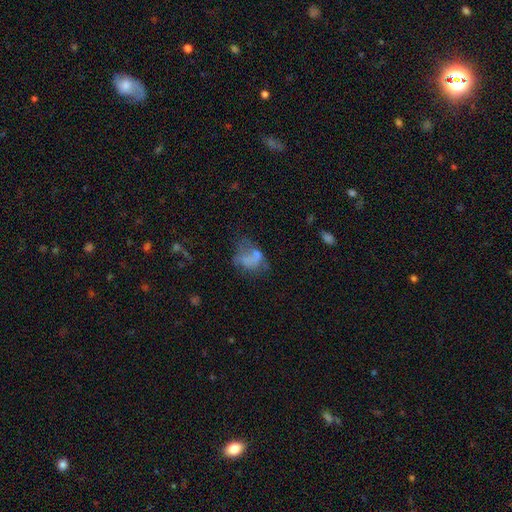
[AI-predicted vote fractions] smooth-or-featured: smooth: 47% | featured or disk: 36% | star or artifact: 18%
  merging: major disturbance: 32% | none: 29% | minor disturbance: 21% | merger: 18%